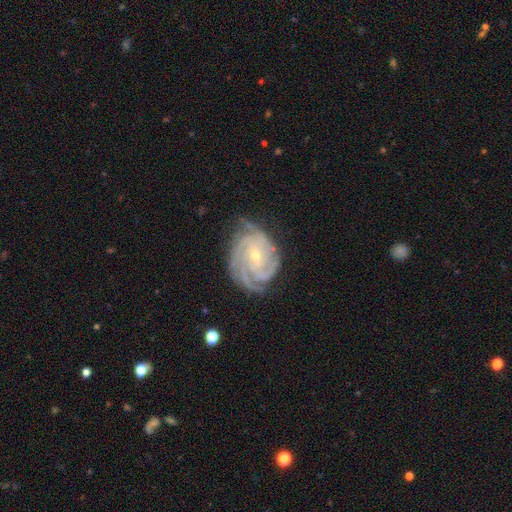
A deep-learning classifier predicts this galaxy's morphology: This is clearly a featured or disk galaxy (90%). It is clearly not viewed edge-on (97%). Bar: possibly no (55%). Spiral arm pattern: clearly yes (98%). Spiral arm count: marginally 4 (38%). Spiral winding: likely tight (75%). Central bulge: likely small (73%). Merging: likely none (74%).